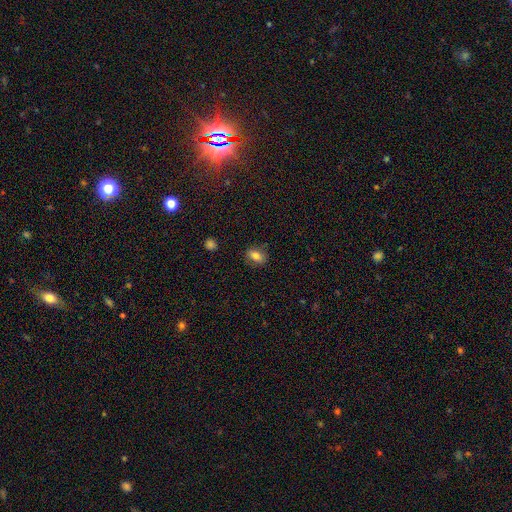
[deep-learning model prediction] A smooth galaxy with no disk features (80%) that is in between round and cigar-shaped (78%).

Vote fractions:
- Smooth or featured? smooth: 80% / featured or disk: 10% / star or artifact: 10%
- How rounded? in between: 78% / round: 20% / cigar-shaped: 3%
- Merging? none: 82% / minor disturbance: 13% / major disturbance: 3% / merger: 1%